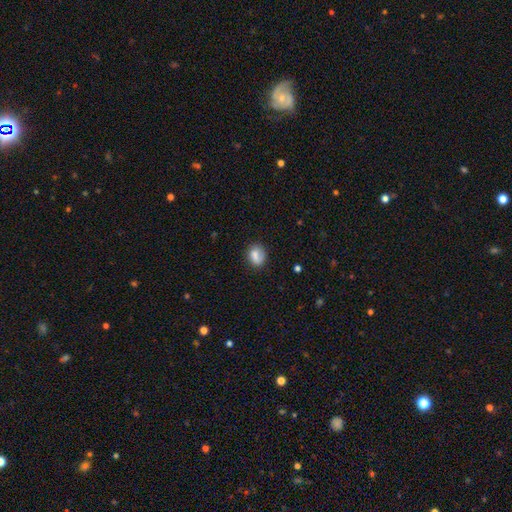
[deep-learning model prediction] Q: Smooth or featured?
A: smooth (78%); runner-up: featured or disk (14%)
Q: How rounded?
A: round (54%); runner-up: in between (44%)
Q: Merging?
A: none (71%); runner-up: minor disturbance (20%)